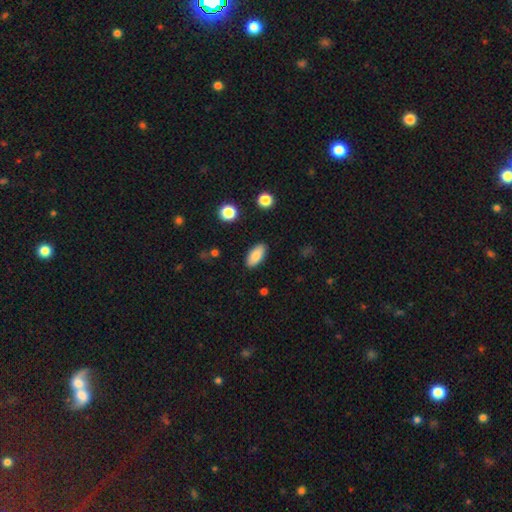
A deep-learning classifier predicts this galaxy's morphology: smooth 82%, featured or disk 11%, star or artifact 7%. Down the decision tree: how rounded — in between (91%); merging — none (88%).